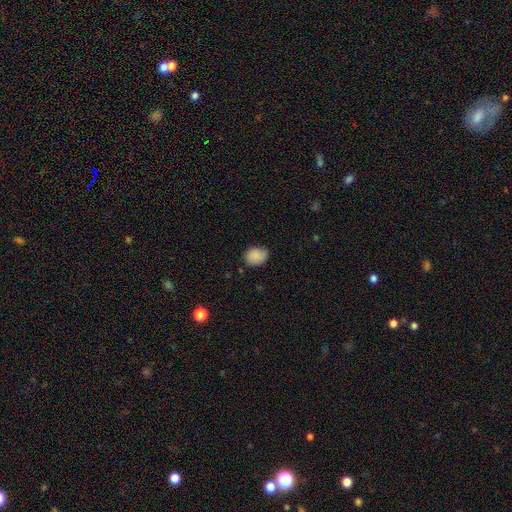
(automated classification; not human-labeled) Smooth or featured?
  - smooth: 86% *
  - star or artifact: 8%
  - featured or disk: 6%
How rounded?
  - in between: 52% *
  - round: 47%
  - cigar-shaped: 1%
Merging?
  - none: 73% *
  - minor disturbance: 22%
  - major disturbance: 4%
  - merger: 1%